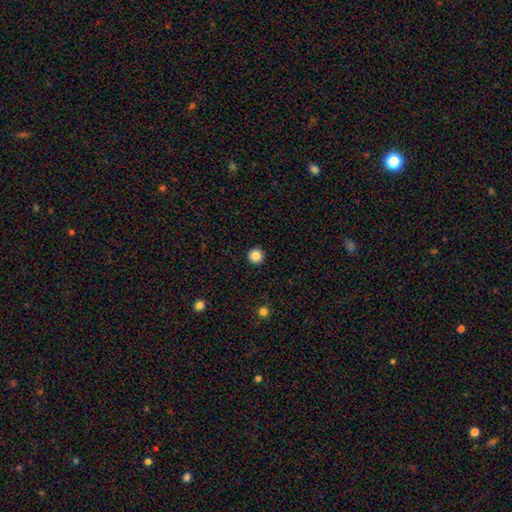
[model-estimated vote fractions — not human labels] This appears to be a smooth galaxy with no disk features (85%) that is round (96%). Merging: none (94%).